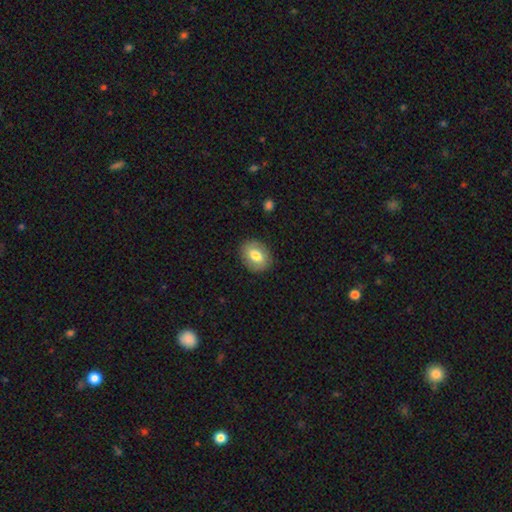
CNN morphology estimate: smooth 74%, featured or disk 19%, star or artifact 7%. Down the decision tree: how rounded — in between (64%); merging — none (87%).